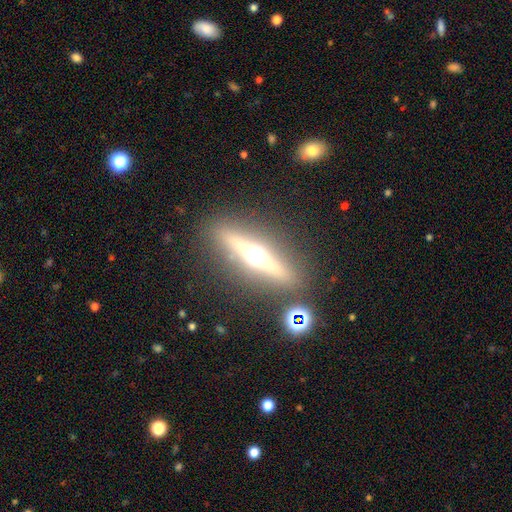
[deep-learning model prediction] This is likely a featured or disk galaxy (71%). It is clearly viewed edge-on (94%). Edge-on bulge: clearly rounded (95%). Merging: clearly none (85%).